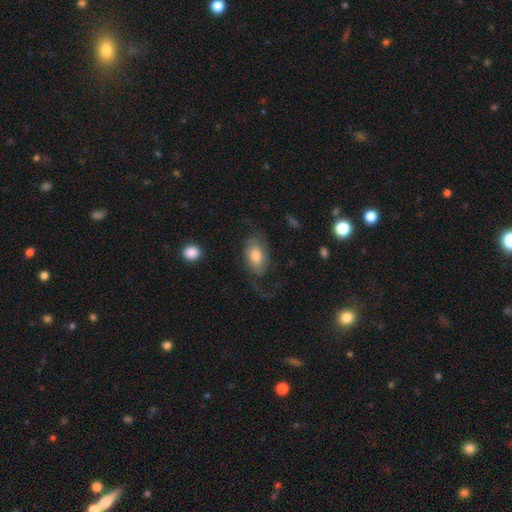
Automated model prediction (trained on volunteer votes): Smooth or featured? Predicted: featured or disk (p=0.58). Edge-on disk? Predicted: no (p=0.94). Bar? Predicted: no (p=0.69). Spiral arms? Predicted: yes (p=0.87). Bulge size? Predicted: moderate (p=0.57). Merging? Predicted: none (p=0.51).